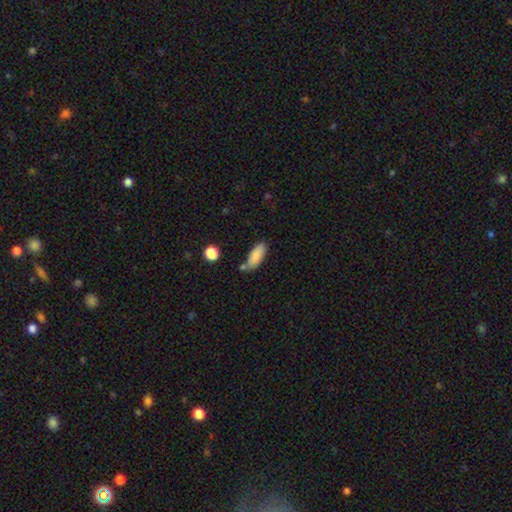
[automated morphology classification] smooth 86%, star or artifact 7%, featured or disk 7%. Down the decision tree: how rounded — in between (78%); merging — none (61%).